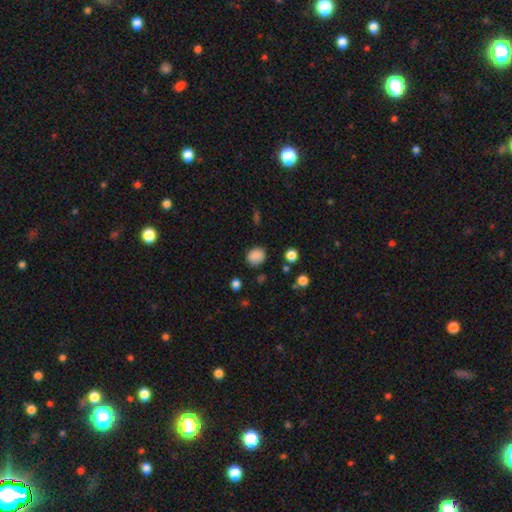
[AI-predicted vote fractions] Morphology: type=smooth (85%); roundness=round (57%); merging=none (79%).